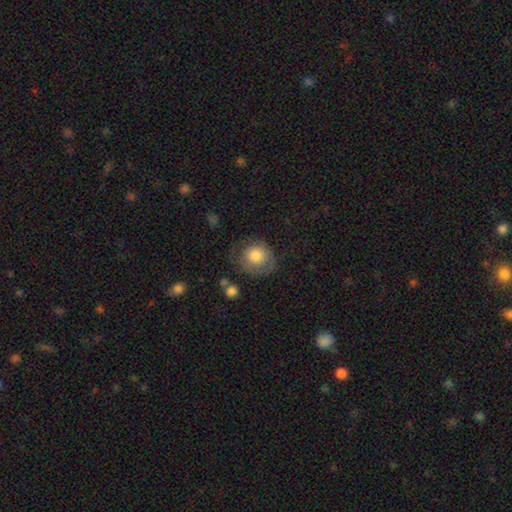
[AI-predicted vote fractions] This is likely a smooth galaxy (77%). How rounded: clearly round (84%). Merging: possibly none (58%).